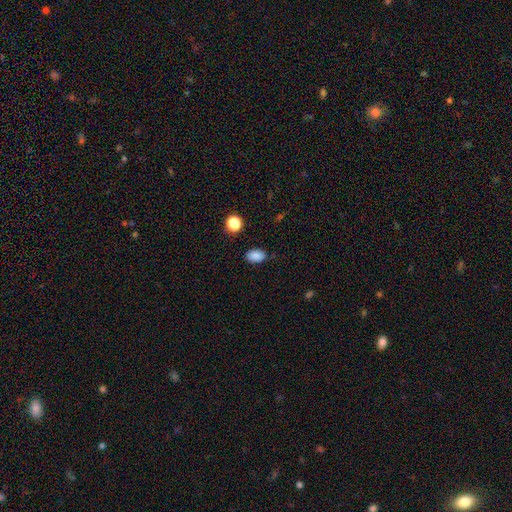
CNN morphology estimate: The model was most divided on "how rounded": in between: 85%, round: 14%, cigar-shaped: 1%. More confident: smooth or featured — smooth (87%); merging — none (85%).